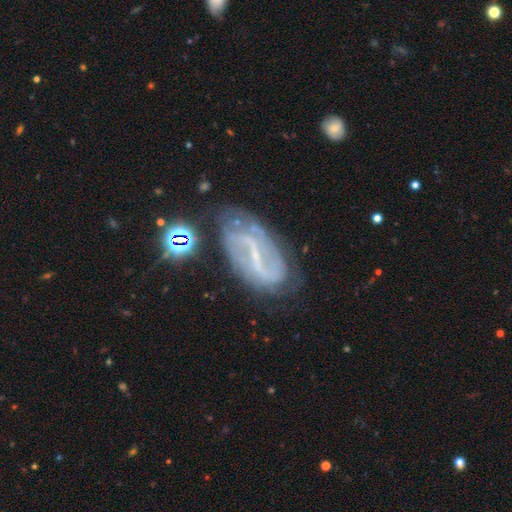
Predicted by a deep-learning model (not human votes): Smooth or featured?
  - featured or disk: 80% *
  - smooth: 11%
  - star or artifact: 9%
Edge-on disk?
  - no: 95% *
  - yes: 5%
Bar?
  - strong: 52% *
  - weak: 35%
  - no: 13%
Spiral arms?
  - yes: 86% *
  - no: 14%
Spiral winding?
  - medium: 39% *
  - loose: 36%
  - tight: 25%
Spiral arm count?
  - 2: 71% *
  - can't tell: 17%
  - 1: 4%
  - 3: 4%
  - 4: 2%
  - more than 4: 2%
Bulge size?
  - small: 61% *
  - none: 29%
  - moderate: 9%
  - large: 1%
  - dominant: 1%
Merging?
  - none: 62% *
  - minor disturbance: 22%
  - major disturbance: 11%
  - merger: 5%